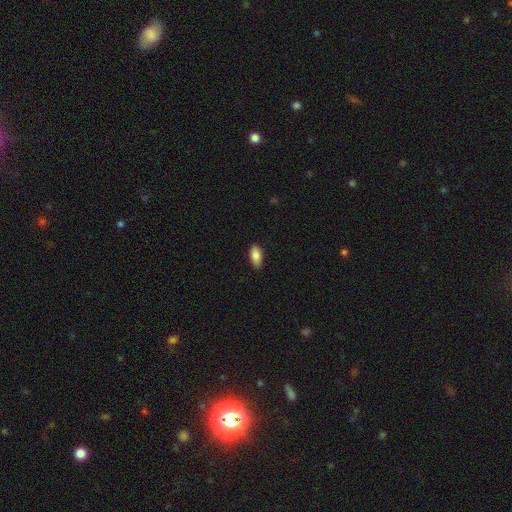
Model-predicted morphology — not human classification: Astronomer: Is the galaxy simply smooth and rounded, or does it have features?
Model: smooth — 85%.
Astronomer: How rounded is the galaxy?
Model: in between — 89%.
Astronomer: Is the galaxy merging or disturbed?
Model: none — 85%.